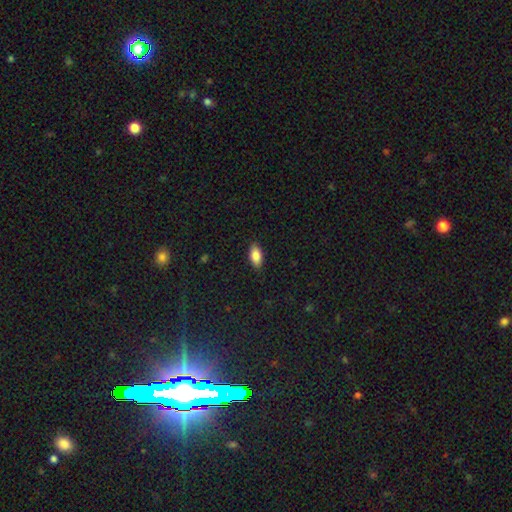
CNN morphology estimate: This appears to be a smooth galaxy with no disk features (85%) that is in between round and cigar-shaped (91%). Merging: none (88%).